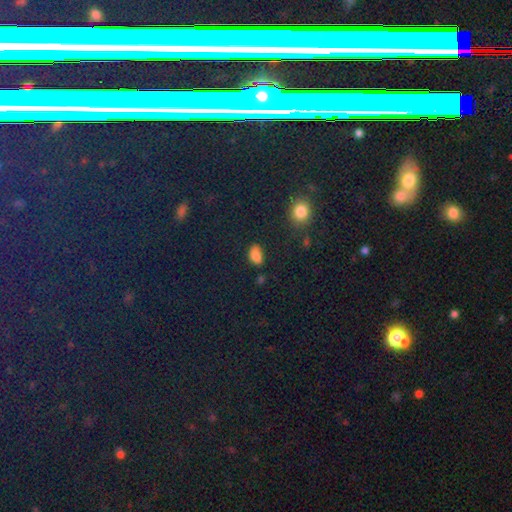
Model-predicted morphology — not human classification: smooth-or-featured: smooth: 81% | star or artifact: 13% | featured or disk: 5%
  how-rounded: in between: 88% | round: 10% | cigar-shaped: 2%
  merging: none: 74% | minor disturbance: 18% | major disturbance: 4% | merger: 3%